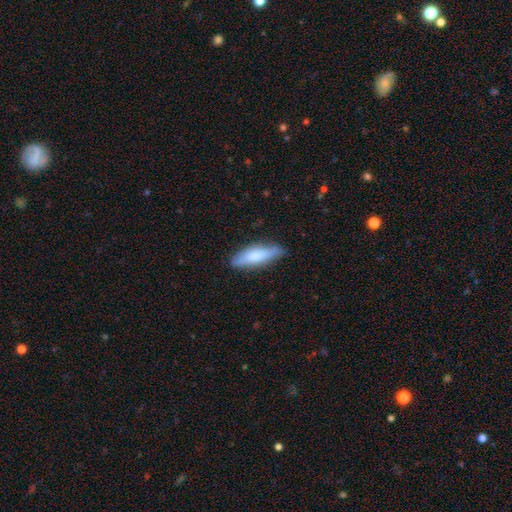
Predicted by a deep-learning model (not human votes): A smooth galaxy with no disk features (72%) that is cigar-shaped (56%).

Vote fractions:
- Smooth or featured? smooth: 72% / featured or disk: 22% / star or artifact: 6%
- How rounded? cigar-shaped: 56% / in between: 42% / round: 2%
- Merging? none: 82% / minor disturbance: 15% / major disturbance: 3% / merger: 1%